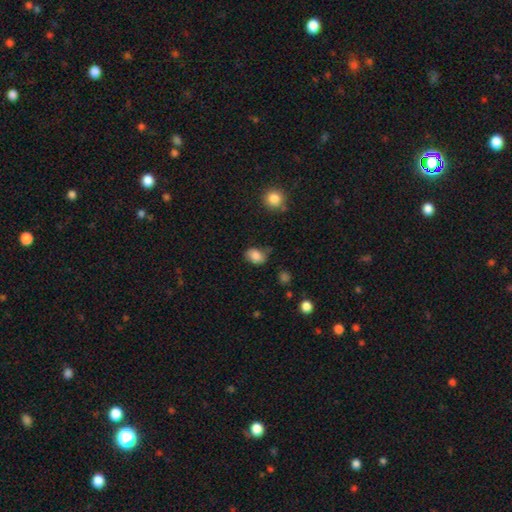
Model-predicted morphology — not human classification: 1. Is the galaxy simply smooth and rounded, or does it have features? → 84% smooth, 9% star or artifact, 7% featured or disk.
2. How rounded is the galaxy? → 72% in between, 27% round, 1% cigar-shaped.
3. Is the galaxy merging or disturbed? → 65% none, 25% minor disturbance, 6% major disturbance, 3% merger.